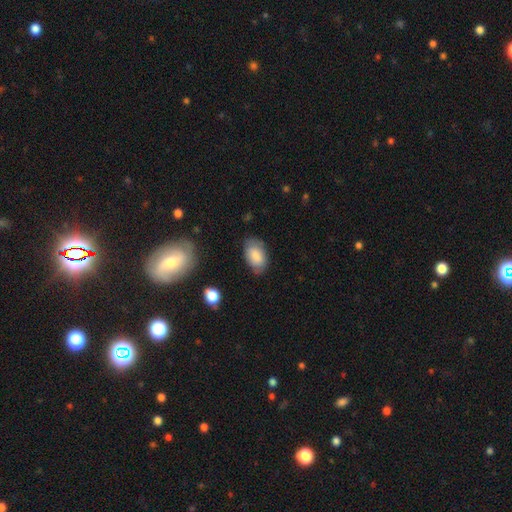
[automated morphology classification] Smooth or featured? Predicted: smooth (p=0.84). How rounded? Predicted: in between (p=0.92). Merging? Predicted: none (p=0.76).